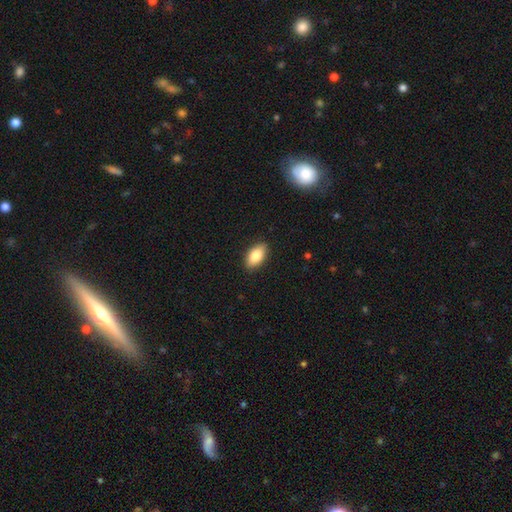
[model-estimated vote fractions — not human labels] smooth_or_featured: smooth (p=0.83) [alt: featured or disk p=0.10]
how_rounded: in between (p=0.92) [alt: round p=0.04]
merging: none (p=0.89) [alt: minor disturbance p=0.08]